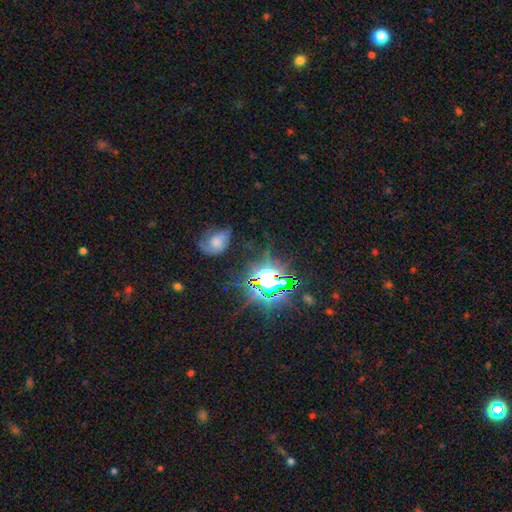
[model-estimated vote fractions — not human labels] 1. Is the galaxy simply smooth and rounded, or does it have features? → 72% star or artifact, 18% smooth, 10% featured or disk.